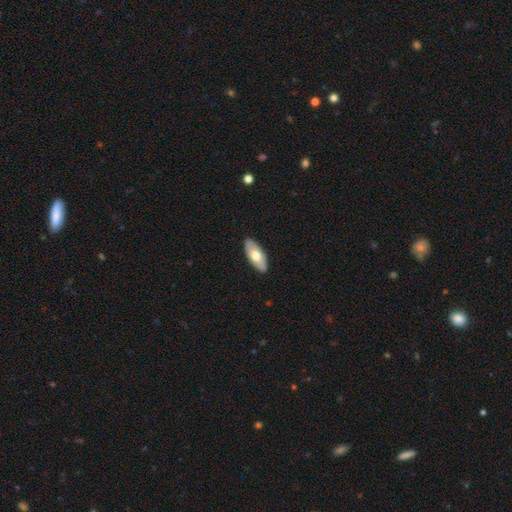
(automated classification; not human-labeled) Q: Smooth or featured?
A: smooth (63%); runner-up: featured or disk (32%)
Q: How rounded?
A: in between (85%); runner-up: cigar-shaped (13%)
Q: Merging?
A: none (89%); runner-up: minor disturbance (9%)